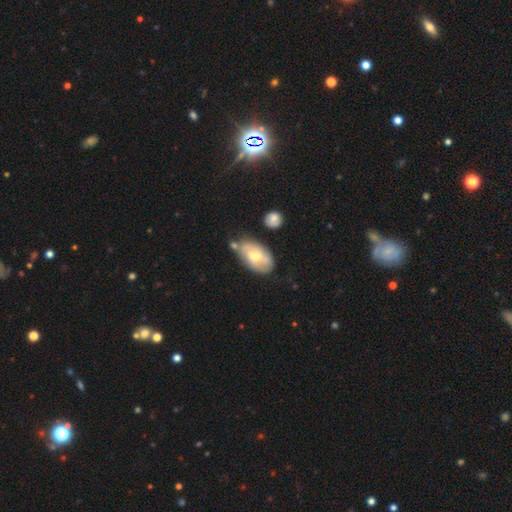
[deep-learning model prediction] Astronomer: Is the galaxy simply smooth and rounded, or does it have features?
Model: featured or disk — 48% (runner-up: smooth, 46%).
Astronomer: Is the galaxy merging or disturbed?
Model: none — 53%.